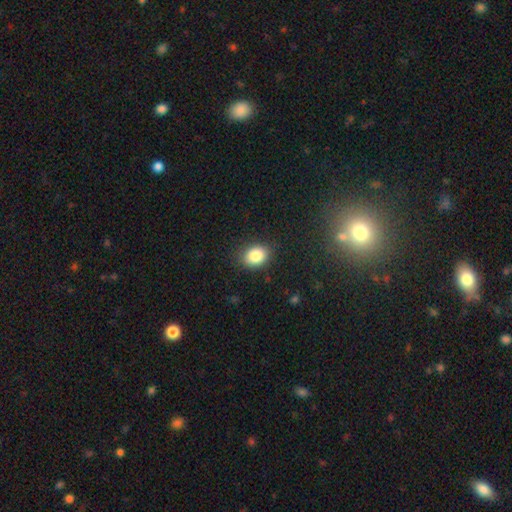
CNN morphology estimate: smooth 85%, star or artifact 9%, featured or disk 6%. Down the decision tree: how rounded — in between (64%); merging — none (85%).